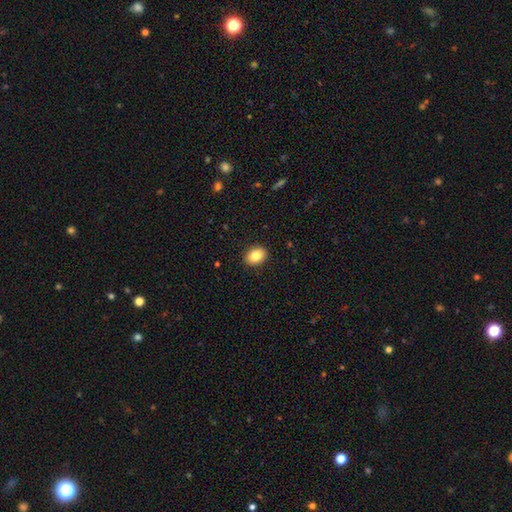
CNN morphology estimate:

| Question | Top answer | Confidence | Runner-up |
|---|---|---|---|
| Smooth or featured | smooth | 83% | featured or disk (8%) |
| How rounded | in between | 67% | round (32%) |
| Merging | none | 90% | minor disturbance (7%) |